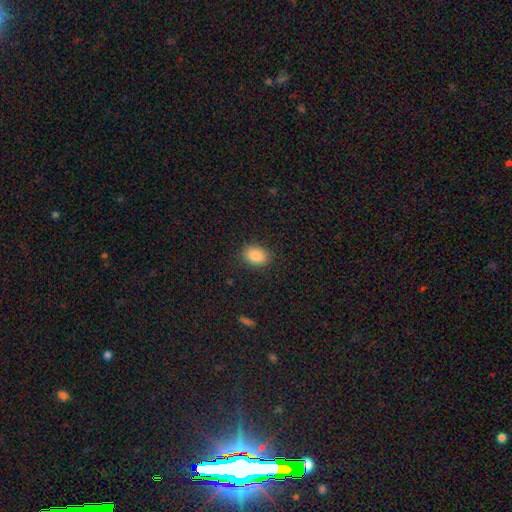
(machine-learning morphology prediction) smooth_or_featured: smooth (p=0.87) [alt: star or artifact p=0.08]
how_rounded: in between (p=0.74) [alt: round p=0.25]
merging: none (p=0.87) [alt: minor disturbance p=0.10]